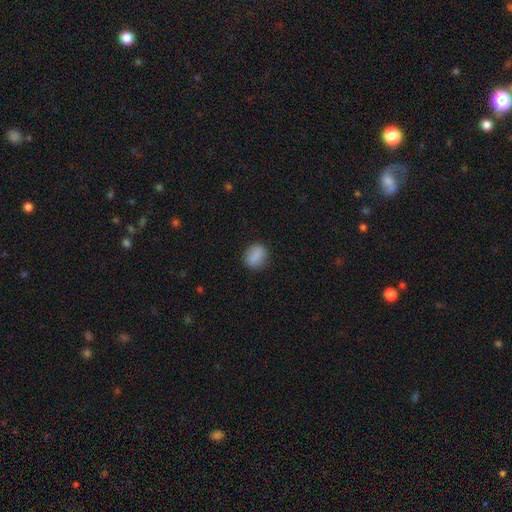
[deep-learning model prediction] This appears to be a smooth galaxy with no disk features (85%) that is round (50%). Merging: none (83%).